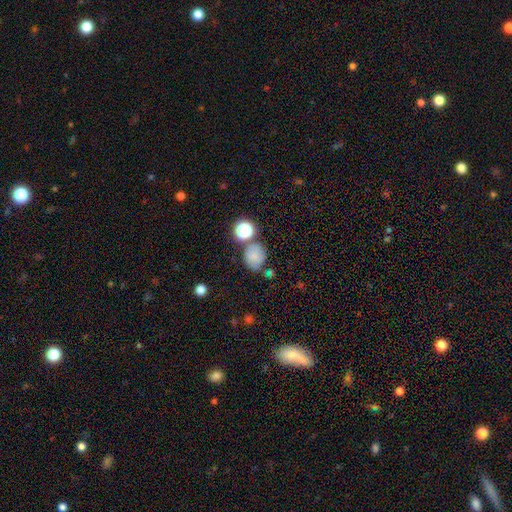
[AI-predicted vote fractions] The model was most divided on "how rounded": round: 62%, in between: 37%, cigar-shaped: 1%. More confident: smooth or featured — smooth (77%); merging — none (59%).